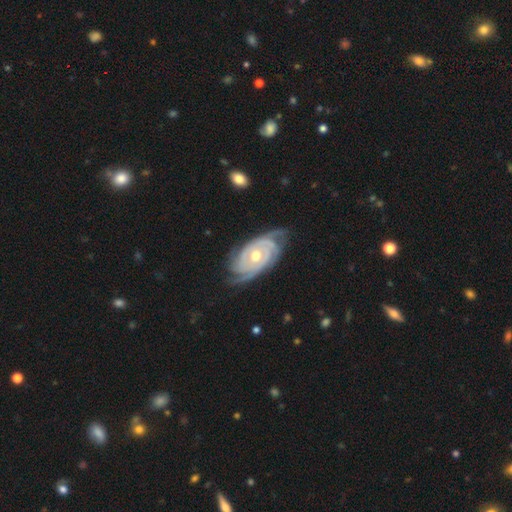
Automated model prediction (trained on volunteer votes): A featured or disk galaxy (92%) with no bar (72%), 3 (33%) tight (79%) spiral arms (98%) and a moderate central bulge (73%).

Vote fractions:
- Smooth or featured? featured or disk: 92% / smooth: 4% / star or artifact: 4%
- Edge-on disk? no: 96% / yes: 4%
- Bar? no: 72% / weak: 19% / strong: 8%
- Spiral arms? yes: 98% / no: 2%
- Spiral winding? tight: 79% / medium: 18% / loose: 4%
- Spiral arm count? 3: 33% / 2: 25% / can't tell: 15% / 4: 13% / more than 4: 7% / 1: 6%
- Bulge size? moderate: 73% / small: 23% / large: 3% / none: 1% / dominant: 1%
- Merging? none: 74% / minor disturbance: 19% / major disturbance: 6% / merger: 1%